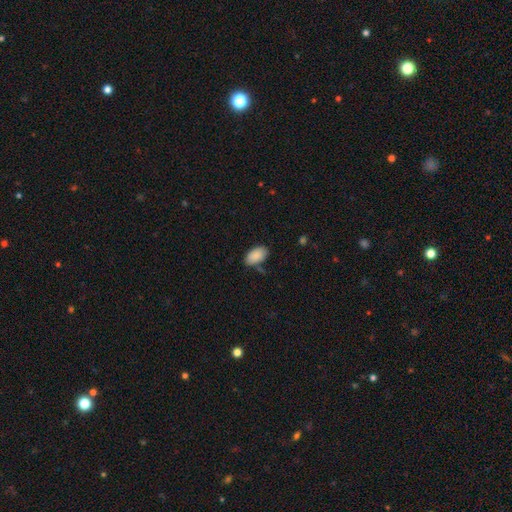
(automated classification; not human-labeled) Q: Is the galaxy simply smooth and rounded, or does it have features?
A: smooth — 89%.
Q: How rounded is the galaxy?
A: in between — 95%.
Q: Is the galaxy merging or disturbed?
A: none — 74%.